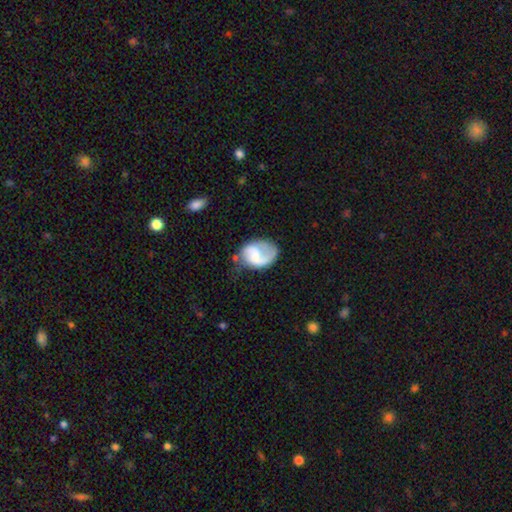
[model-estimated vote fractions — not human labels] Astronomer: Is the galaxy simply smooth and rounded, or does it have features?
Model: featured or disk — 62%.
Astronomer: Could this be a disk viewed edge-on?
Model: no — 98%.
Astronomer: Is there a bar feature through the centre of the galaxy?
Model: no — 45% (runner-up: weak, 42%).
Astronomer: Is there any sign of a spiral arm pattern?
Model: yes — 85%.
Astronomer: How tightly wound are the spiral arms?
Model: loose — 48% (runner-up: medium, 36%).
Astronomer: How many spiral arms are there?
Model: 2 — 55% (runner-up: 1, 35%).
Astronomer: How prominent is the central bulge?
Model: none — 44% (runner-up: small, 25%).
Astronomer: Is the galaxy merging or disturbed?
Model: none — 42% (runner-up: minor disturbance, 28%).